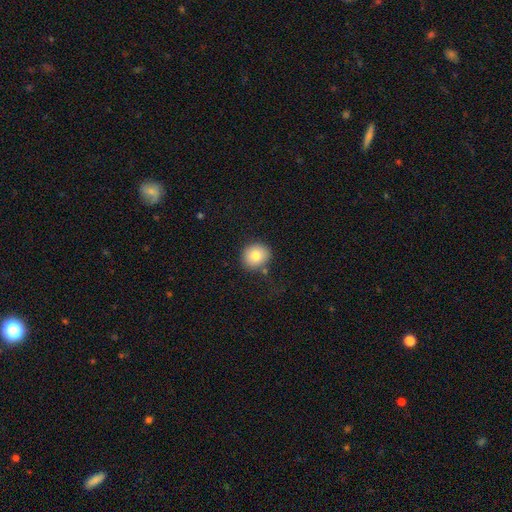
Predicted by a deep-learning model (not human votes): The model was most divided on "smooth or featured": smooth: 78%, featured or disk: 12%, star or artifact: 10%. More confident: how rounded — round (83%); merging — none (80%).